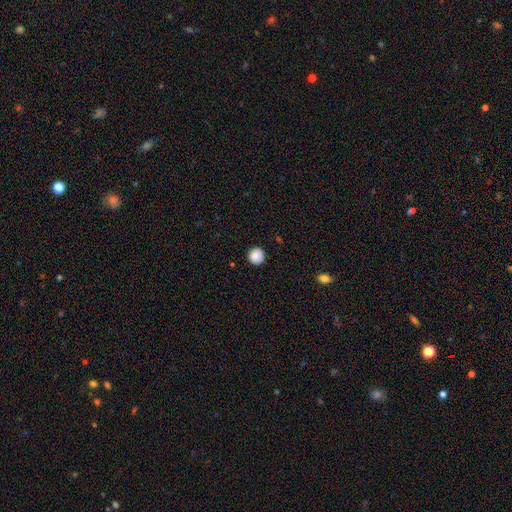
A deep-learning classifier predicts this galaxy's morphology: The model was most divided on "smooth or featured": smooth: 87%, star or artifact: 8%, featured or disk: 5%. More confident: how rounded — round (93%); merging — none (90%).